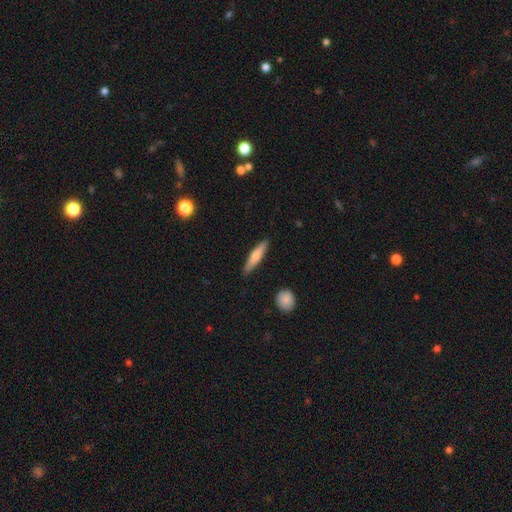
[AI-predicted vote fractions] This appears to be a smooth galaxy with no disk features (65%) that is cigar-shaped (85%). Merging: none (88%).